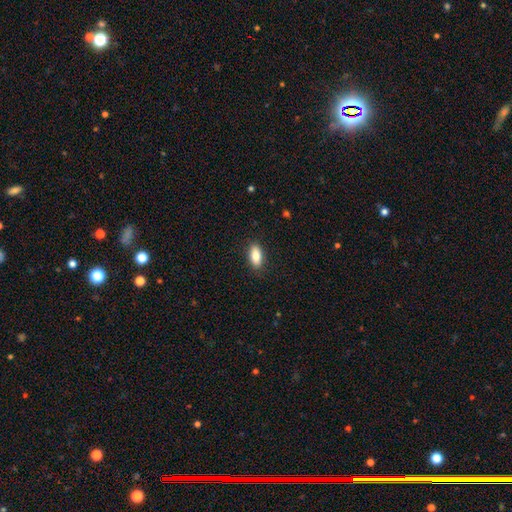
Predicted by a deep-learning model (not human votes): The model was most divided on "merging": none: 87%, minor disturbance: 10%, major disturbance: 2%, merger: 1%. More confident: how rounded — in between (88%); smooth or featured — smooth (86%).